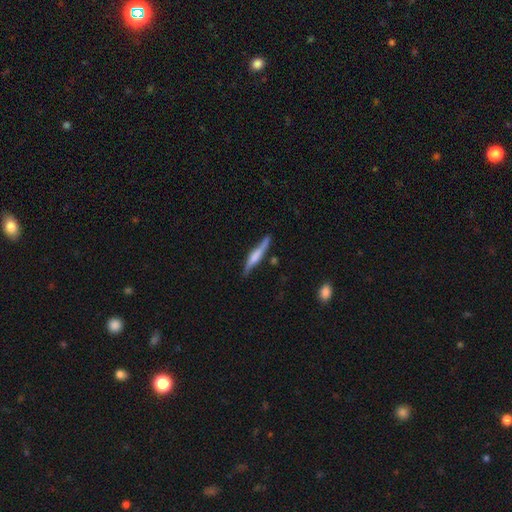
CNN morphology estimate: Smooth or featured? featured or disk (51%)
Edge-on disk? yes (92%)
Merging? none (74%)